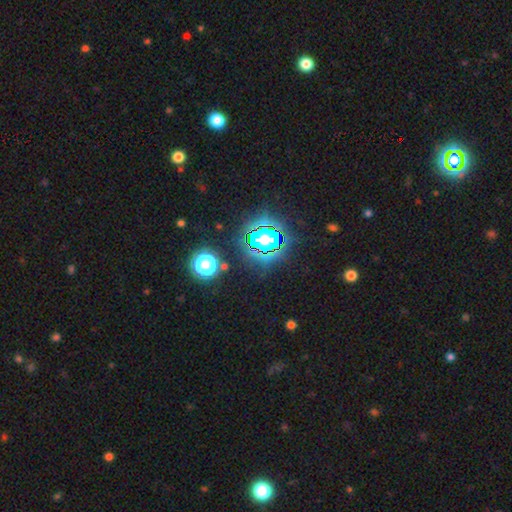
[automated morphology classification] A star or artifact, not a galaxy (80%).

Vote fractions:
- Smooth or featured? star or artifact: 80% / smooth: 13% / featured or disk: 7%